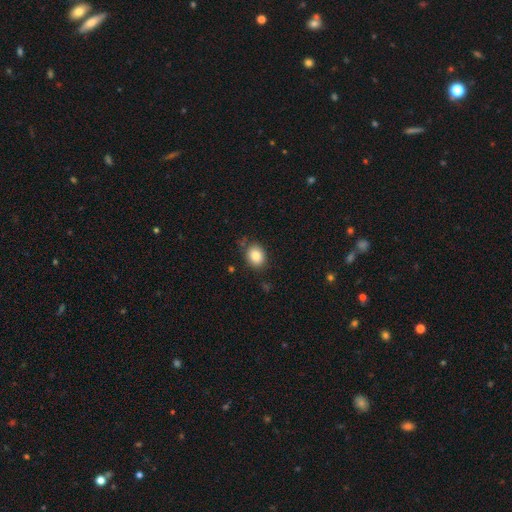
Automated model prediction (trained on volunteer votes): smooth-or-featured: smooth: 86% | star or artifact: 9% | featured or disk: 5%
  how-rounded: in between: 52% | round: 47% | cigar-shaped: 1%
  merging: none: 82% | minor disturbance: 12% | major disturbance: 3% | merger: 2%